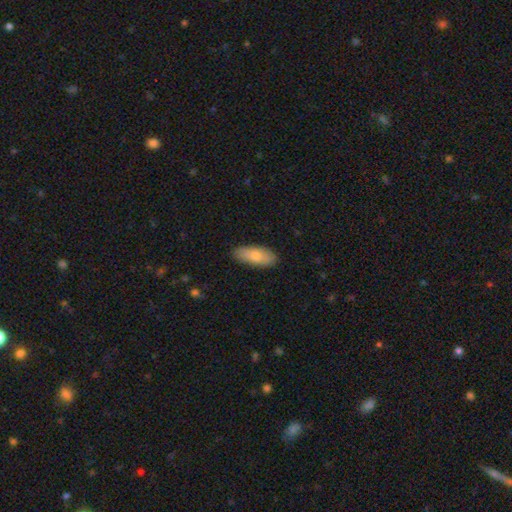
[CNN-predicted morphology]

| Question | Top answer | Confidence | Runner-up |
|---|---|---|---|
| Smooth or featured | smooth | 78% | featured or disk (16%) |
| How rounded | in between | 81% | cigar-shaped (17%) |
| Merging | none | 85% | minor disturbance (12%) |